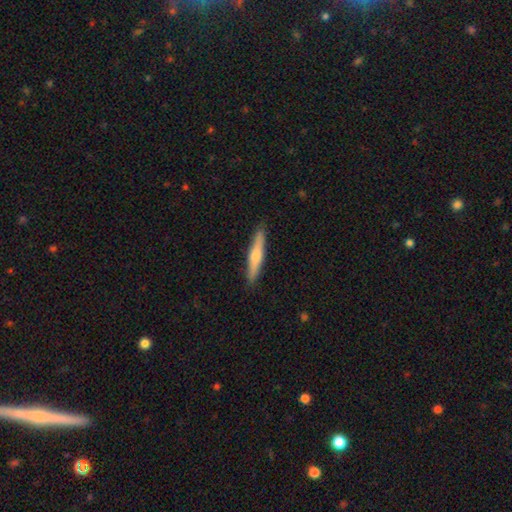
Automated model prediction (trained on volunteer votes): A smooth galaxy with no disk features (50%). Merging: none (90%).